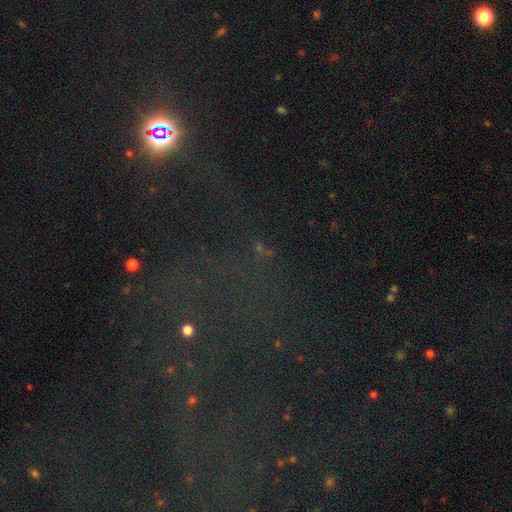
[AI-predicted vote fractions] Overall: star or artifact (73%).